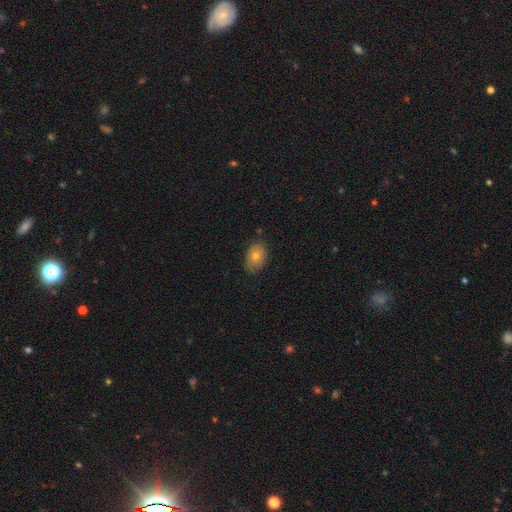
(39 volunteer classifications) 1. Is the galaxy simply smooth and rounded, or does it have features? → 64% smooth, 26% featured or disk, 10% star or artifact.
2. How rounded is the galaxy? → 76% in between, 24% round, 0% cigar-shaped.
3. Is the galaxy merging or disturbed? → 71% none, 20% minor disturbance, 6% major disturbance, 3% merger.